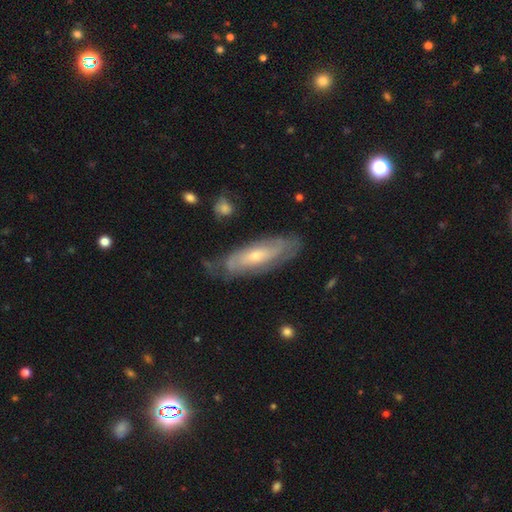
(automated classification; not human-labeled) Smooth or featured?
  - featured or disk: 68% *
  - smooth: 26%
  - star or artifact: 6%
Edge-on disk?
  - no: 77% *
  - yes: 23%
Bar?
  - no: 68% *
  - weak: 25%
  - strong: 7%
Spiral arms?
  - yes: 79% *
  - no: 21%
Bulge size?
  - small: 58% *
  - moderate: 37%
  - large: 2%
  - none: 2%
  - dominant: 1%
Merging?
  - none: 69% *
  - minor disturbance: 21%
  - major disturbance: 7%
  - merger: 2%